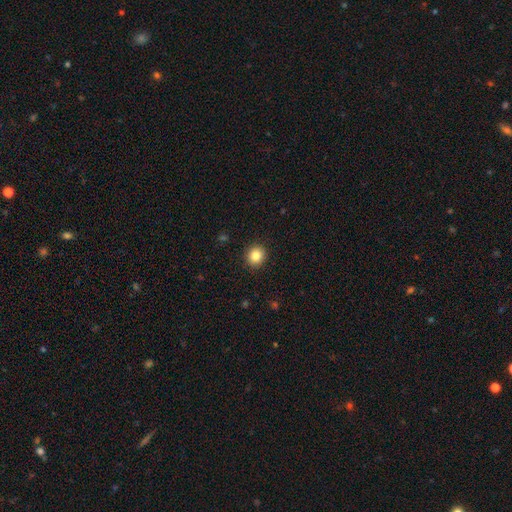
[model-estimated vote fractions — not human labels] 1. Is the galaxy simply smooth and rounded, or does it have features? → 84% smooth, 10% star or artifact, 6% featured or disk.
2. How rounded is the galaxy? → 89% round, 10% in between, 1% cigar-shaped.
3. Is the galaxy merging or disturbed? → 92% none, 5% minor disturbance, 2% major disturbance, 1% merger.